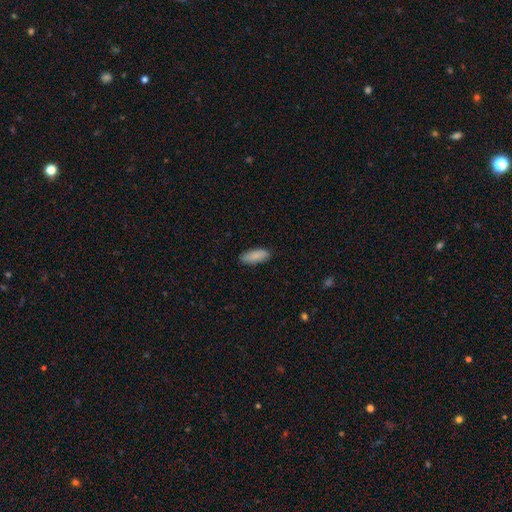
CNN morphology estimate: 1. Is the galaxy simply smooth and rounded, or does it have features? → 86% smooth, 8% featured or disk, 6% star or artifact.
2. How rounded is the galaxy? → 78% in between, 20% cigar-shaped, 2% round.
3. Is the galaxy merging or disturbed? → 87% none, 10% minor disturbance, 2% major disturbance, 1% merger.